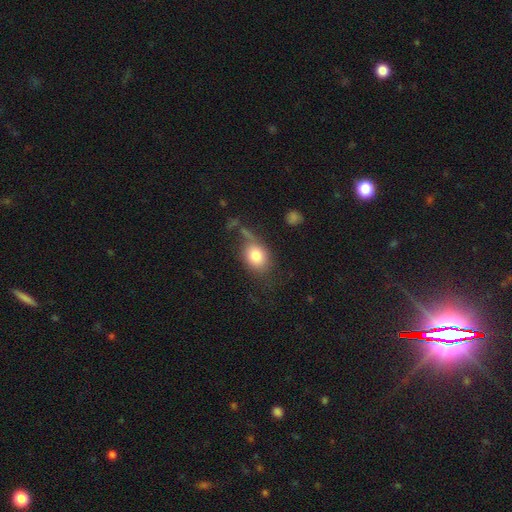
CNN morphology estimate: A smooth galaxy with no disk features (79%) that is in between round and cigar-shaped (55%). Merging: none (53%).